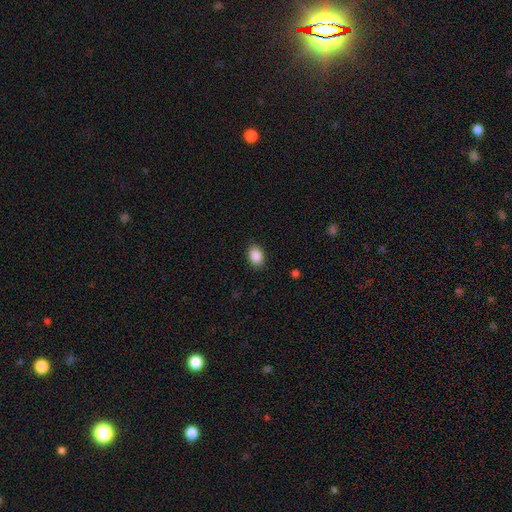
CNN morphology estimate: smooth 88%, star or artifact 8%, featured or disk 3%. Down the decision tree: how rounded — in between (76%); merging — none (88%).